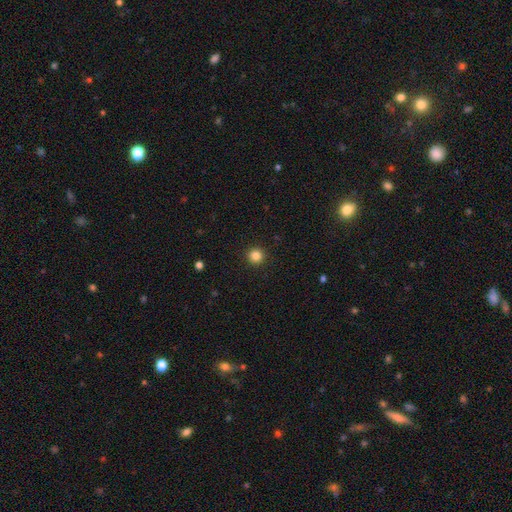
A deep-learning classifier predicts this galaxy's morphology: Overall: smooth (84%). How rounded: round (96%). Merging: none (93%).